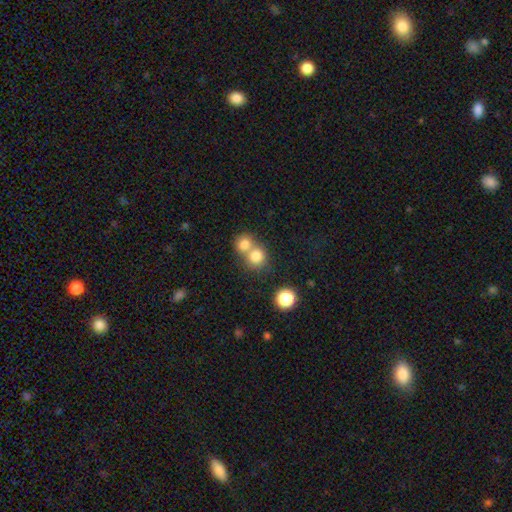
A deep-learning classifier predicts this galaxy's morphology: Q: Smooth or featured?
A: smooth (80%); runner-up: star or artifact (11%)
Q: How rounded?
A: round (85%); runner-up: in between (14%)
Q: Merging?
A: merger (53%); runner-up: none (39%)